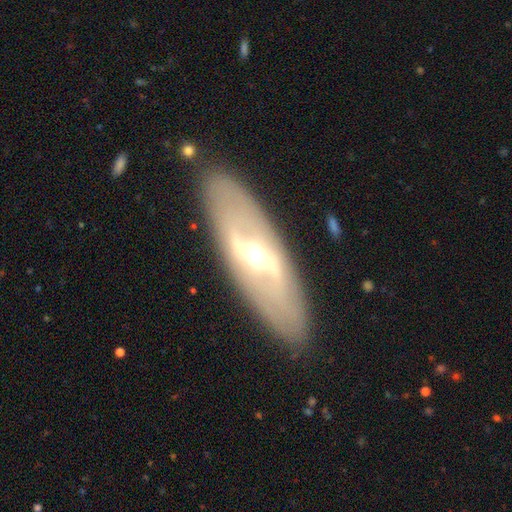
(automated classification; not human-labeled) Q: Smooth or featured?
A: featured or disk (72%); runner-up: smooth (22%)
Q: Edge-on disk?
A: no (75%); runner-up: yes (25%)
Q: Bar?
A: weak (39%); tied with: strong (39%)
Q: Spiral arms?
A: no (55%); runner-up: yes (45%)
Q: Bulge size?
A: moderate (64%); runner-up: small (25%)
Q: Merging?
A: none (86%); runner-up: minor disturbance (9%)